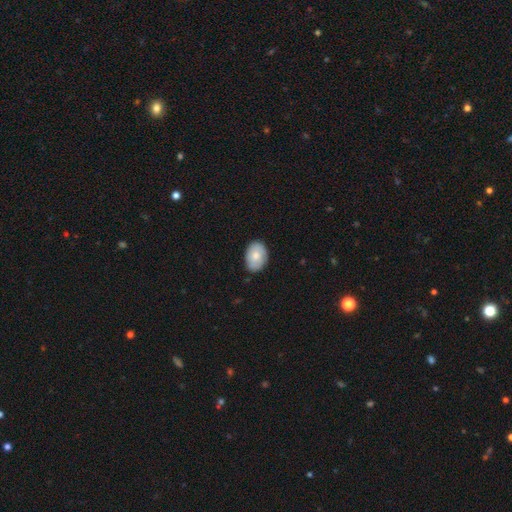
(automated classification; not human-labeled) Morphology: type=smooth (77%); roundness=in between (81%); merging=none (83%).